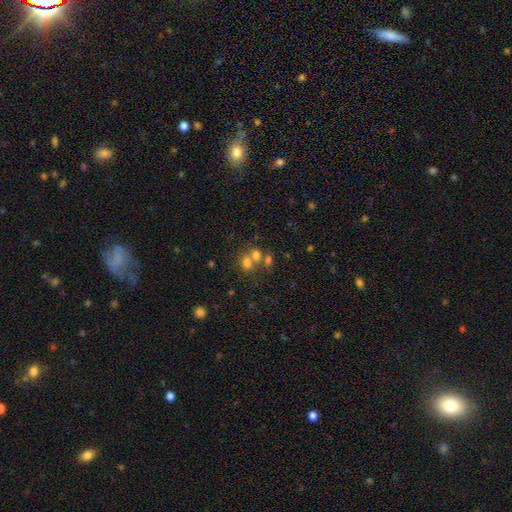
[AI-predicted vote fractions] A smooth galaxy with no disk features (67%) that is in between round and cigar-shaped (50%). Merging: merger (53%).